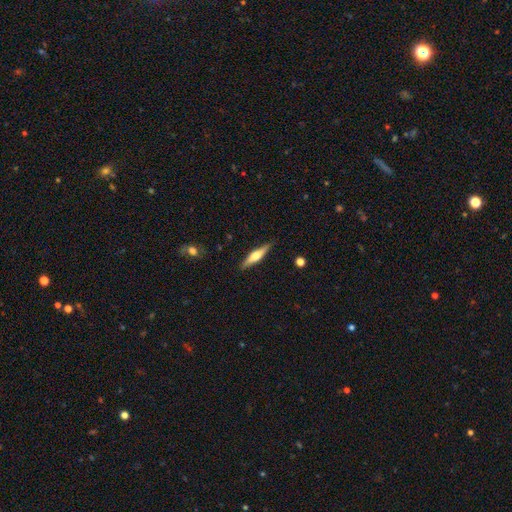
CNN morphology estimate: Smooth or featured?
  - featured or disk: 57% *
  - smooth: 38%
  - star or artifact: 6%
Edge-on disk?
  - yes: 96% *
  - no: 4%
Edge-on bulge?
  - rounded: 90% *
  - boxy: 6%
  - none: 4%
Merging?
  - none: 88% *
  - minor disturbance: 9%
  - major disturbance: 2%
  - merger: 1%